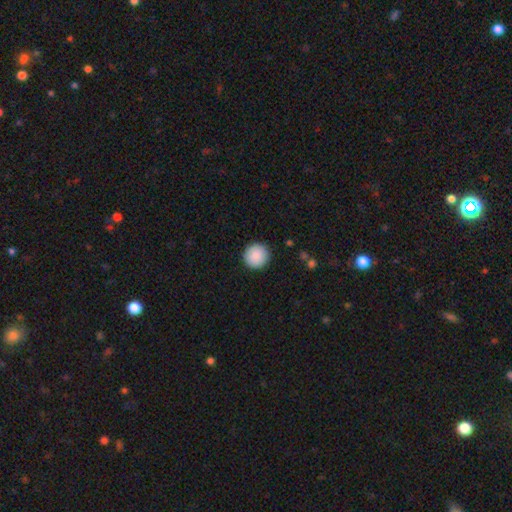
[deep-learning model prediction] smooth 90%, star or artifact 7%, featured or disk 3%. Down the decision tree: how rounded — round (95%); merging — none (92%).